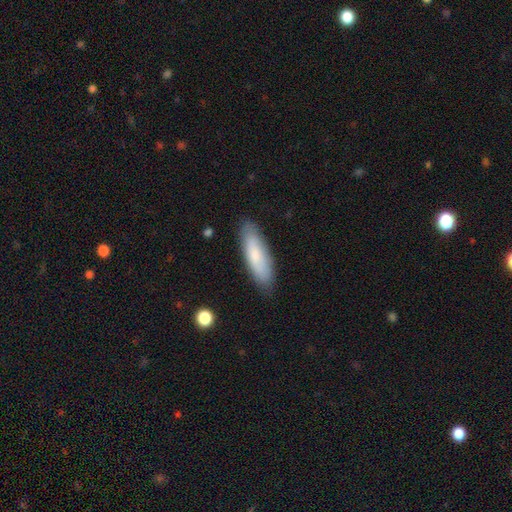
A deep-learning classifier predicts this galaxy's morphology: Smooth or featured? Predicted: smooth (p=0.77). How rounded? Predicted: cigar-shaped (p=0.51). Merging? Predicted: none (p=0.84).